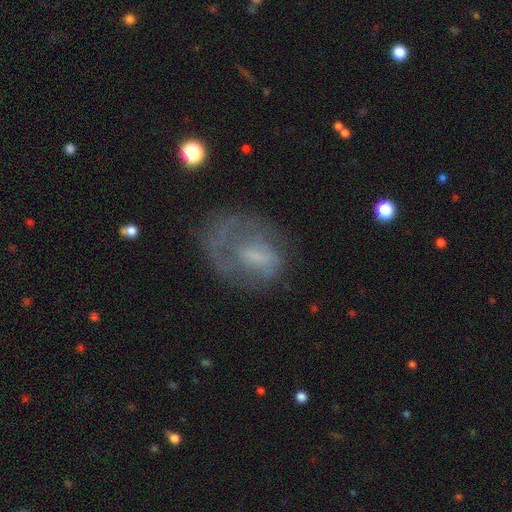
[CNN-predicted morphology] Smooth or featured? featured or disk (56%)
Edge-on disk? no (96%)
Bar? no (54%)
Spiral arms? yes (53%)
Bulge size? none (36%)
Merging? none (41%)